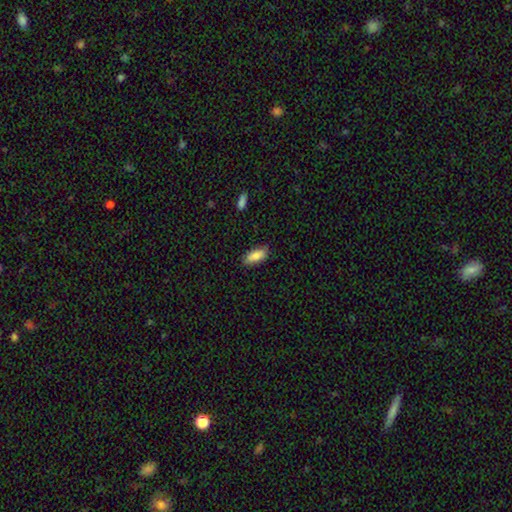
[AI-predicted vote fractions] Morphology: type=smooth (85%); roundness=in between (79%); merging=none (83%).